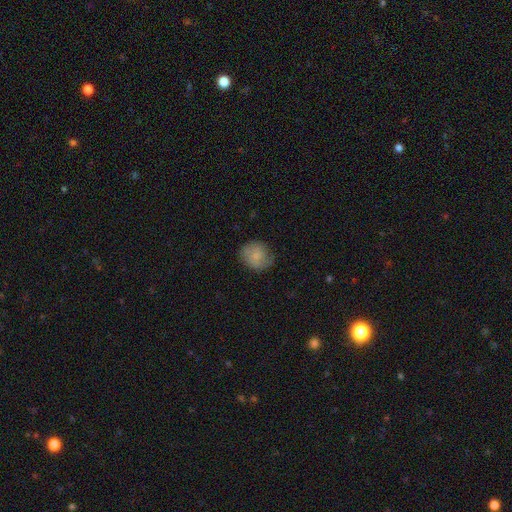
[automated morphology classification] Q: Smooth or featured?
A: smooth (71%); runner-up: featured or disk (21%)
Q: How rounded?
A: round (74%); runner-up: in between (25%)
Q: Merging?
A: none (68%); runner-up: minor disturbance (24%)